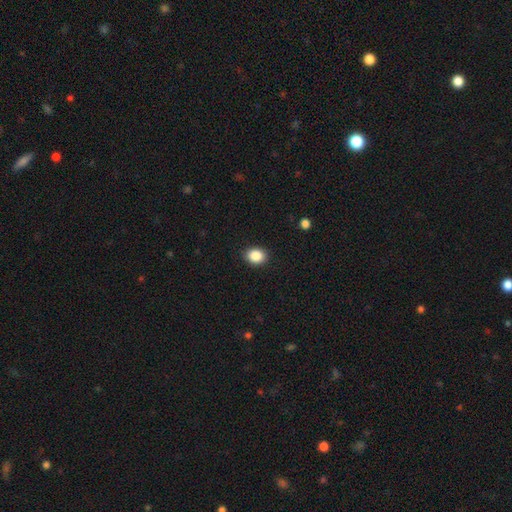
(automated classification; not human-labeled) A smooth galaxy with no disk features (88%) that is in between round and cigar-shaped (50%).

Vote fractions:
- Smooth or featured? smooth: 88% / star or artifact: 9% / featured or disk: 3%
- How rounded? in between: 50% / round: 49% / cigar-shaped: 1%
- Merging? none: 89% / minor disturbance: 8% / major disturbance: 2% / merger: 1%